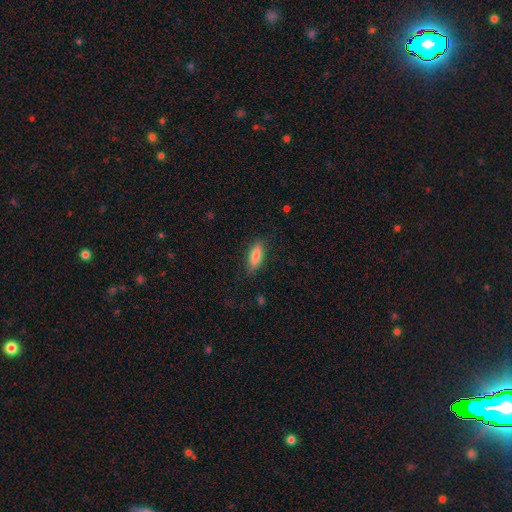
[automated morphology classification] This is clearly a smooth galaxy (80%). How rounded: likely in between (68%). Merging: clearly none (81%).